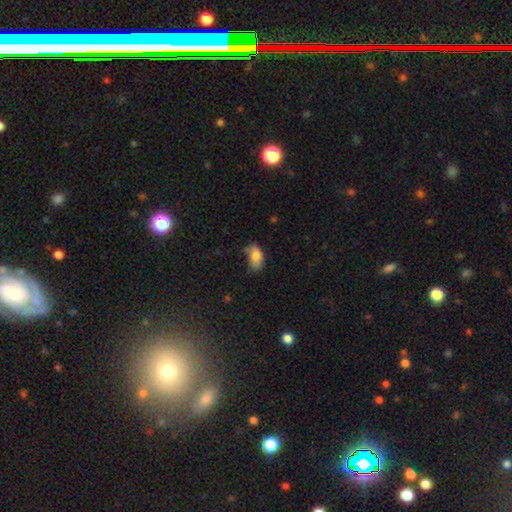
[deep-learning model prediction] A smooth galaxy with no disk features (81%) that is in between round and cigar-shaped (90%). Merging: none (48%).